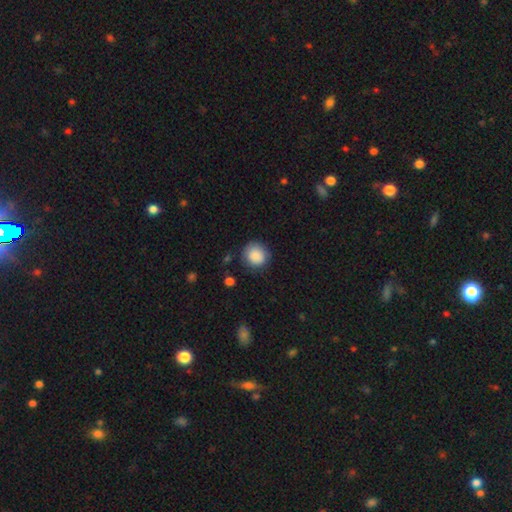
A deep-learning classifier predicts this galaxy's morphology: A smooth galaxy with no disk features (87%) that is round (89%).

Vote fractions:
- Smooth or featured? smooth: 87% / star or artifact: 8% / featured or disk: 5%
- How rounded? round: 89% / in between: 10% / cigar-shaped: 1%
- Merging? none: 83% / minor disturbance: 12% / major disturbance: 3% / merger: 2%